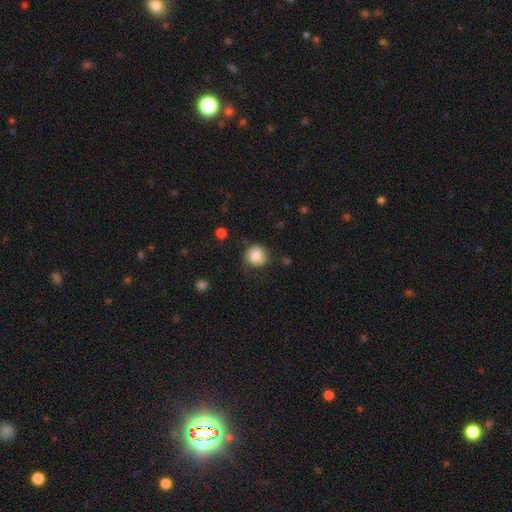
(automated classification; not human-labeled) Overall: smooth (83%). How rounded: round (89%). Merging: none (70%).